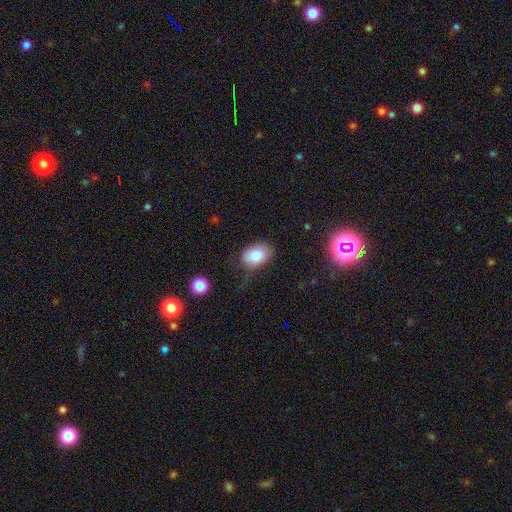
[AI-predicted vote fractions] smooth 86%, star or artifact 8%, featured or disk 7%. Down the decision tree: how rounded — in between (82%); merging — none (68%).